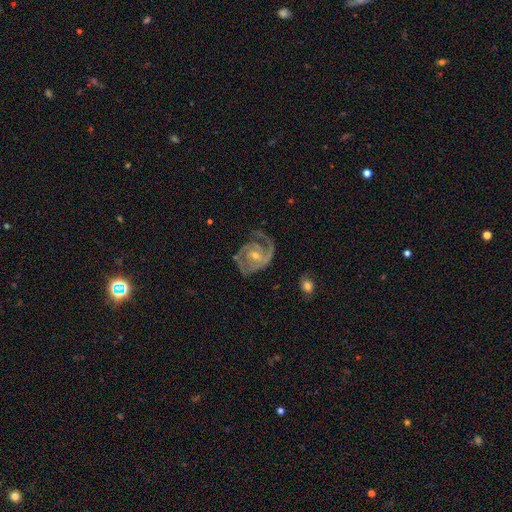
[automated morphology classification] smooth_or_featured: featured or disk (p=0.90) [alt: smooth p=0.05]
disk_edge_on: no (p=0.98) [alt: yes p=0.02]
bar: no (p=0.49) [alt: weak p=0.38]
has_spiral_arms: yes (p=0.96) [alt: no p=0.04]
spiral_winding: tight (p=0.50) [alt: medium p=0.40]
spiral_arm_count: 2 (p=0.66) [alt: 1 p=0.11]
bulge_size: small (p=0.53) [alt: moderate p=0.44]
merging: none (p=0.64) [alt: minor disturbance p=0.20]